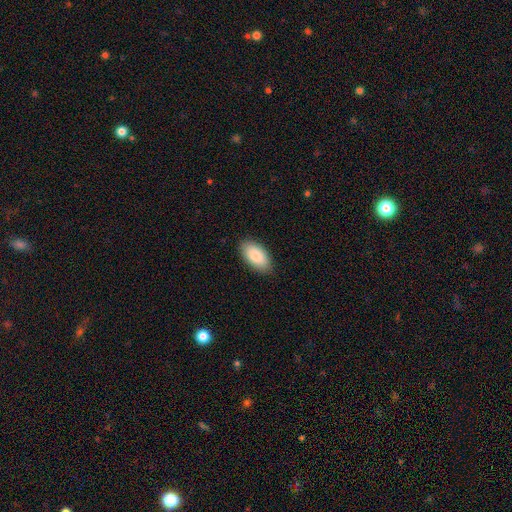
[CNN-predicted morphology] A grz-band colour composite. It shows a smooth galaxy with no disk features (86%) that is in between round and cigar-shaped (95%). Merging: none (87%).